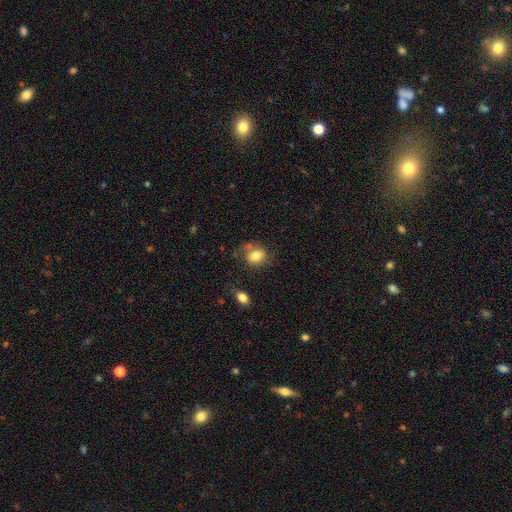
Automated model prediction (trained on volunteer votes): This appears to be a smooth galaxy with no disk features (76%) that is round (50%). Merging: none (56%).